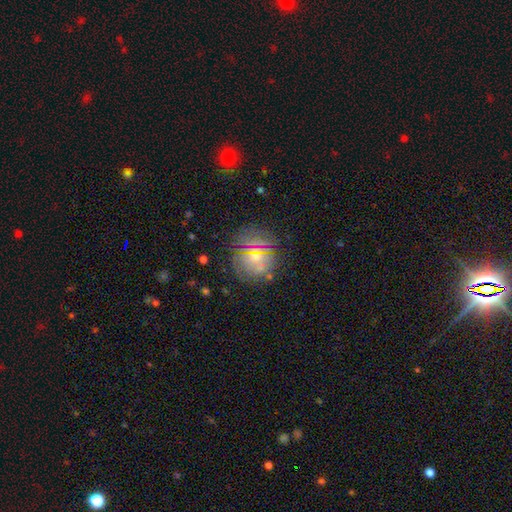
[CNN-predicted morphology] Smooth or featured: smooth — 53% (star or artifact — 30%)
How rounded: round — 88% (in between — 11%)
Merging: none — 79% (minor disturbance — 12%)